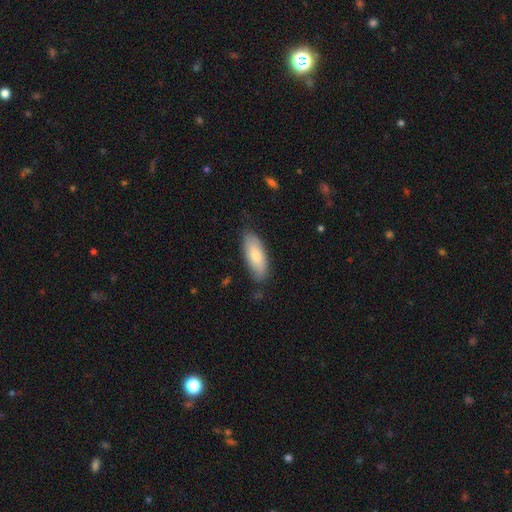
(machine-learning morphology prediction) Smooth or featured: smooth — 78% (featured or disk — 17%)
How rounded: in between — 82% (cigar-shaped — 16%)
Merging: none — 79% (minor disturbance — 17%)